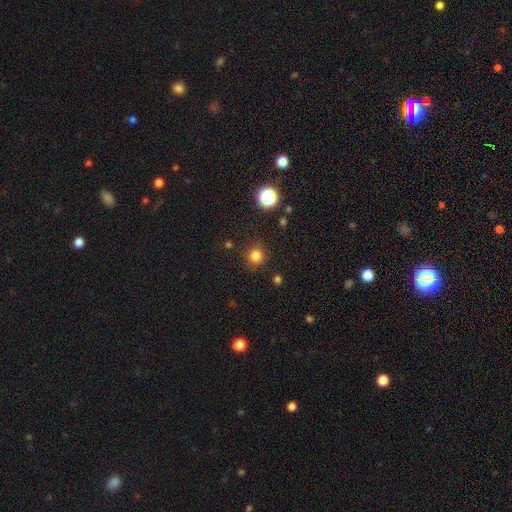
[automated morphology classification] Smooth or featured: smooth — 81% (star or artifact — 15%)
How rounded: round — 92% (in between — 7%)
Merging: none — 88% (minor disturbance — 8%)